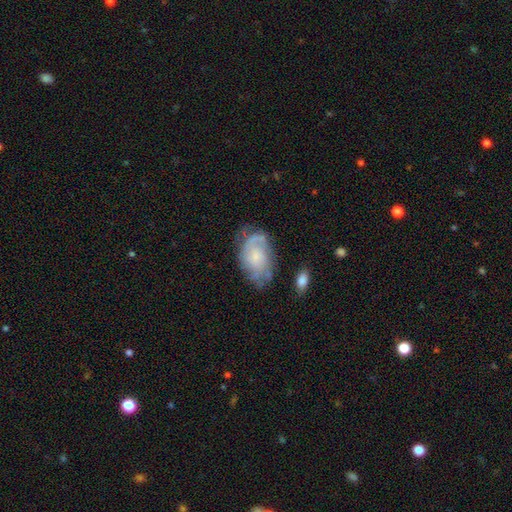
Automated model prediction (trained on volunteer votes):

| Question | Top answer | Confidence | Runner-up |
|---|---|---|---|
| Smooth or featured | featured or disk | 67% | smooth (26%) |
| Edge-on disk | no | 96% | yes (4%) |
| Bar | no | 74% | weak (23%) |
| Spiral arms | yes | 86% | no (14%) |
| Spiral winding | tight | 46% | medium (36%) |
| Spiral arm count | can't tell | 33% | tied: 2 (33%) |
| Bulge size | small | 50% | moderate (27%) |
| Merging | none | 59% | minor disturbance (25%) |